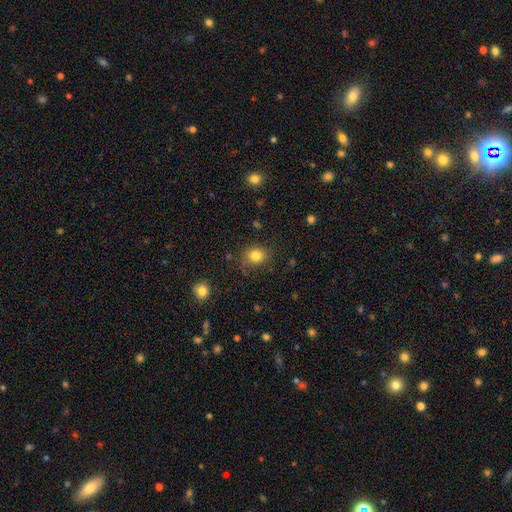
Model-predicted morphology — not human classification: The model was most divided on "how rounded": round: 64%, in between: 35%, cigar-shaped: 1%. More confident: smooth or featured — smooth (81%); merging — none (73%).